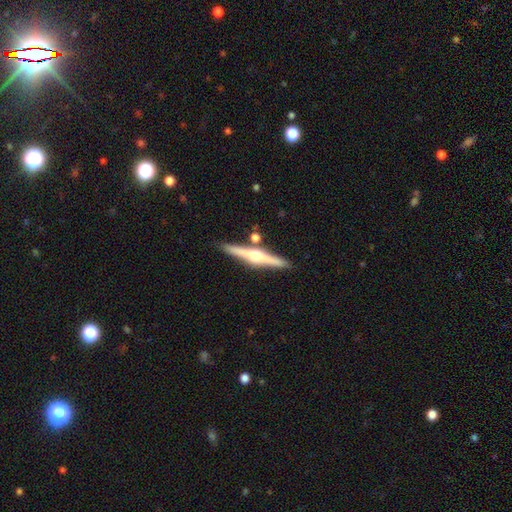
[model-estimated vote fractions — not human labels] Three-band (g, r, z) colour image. It shows a featured or disk galaxy (74%) viewed edge-on (98%) with a rounded central bulge (90%). Merging: none (85%).